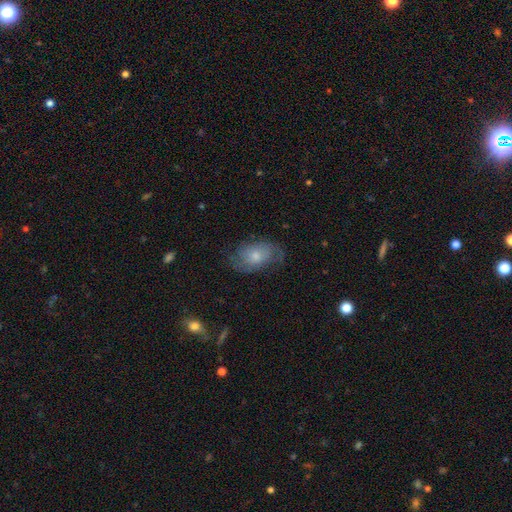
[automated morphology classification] smooth_or_featured: featured or disk (p=0.47) [alt: smooth p=0.44]
merging: none (p=0.61) [alt: minor disturbance p=0.24]